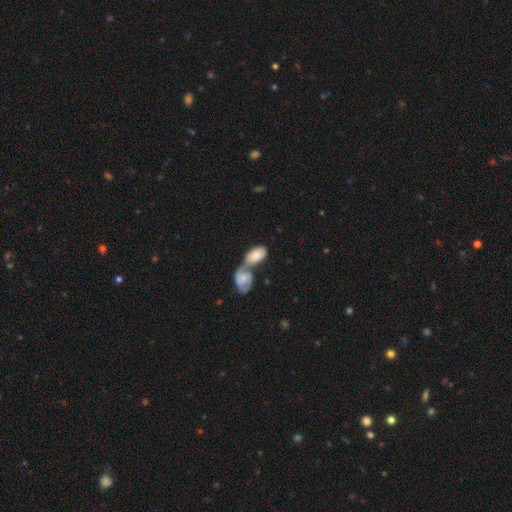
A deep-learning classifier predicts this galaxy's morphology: This appears to be a smooth galaxy with no disk features (67%) that is in between round and cigar-shaped (90%). Merging: merger (73%).